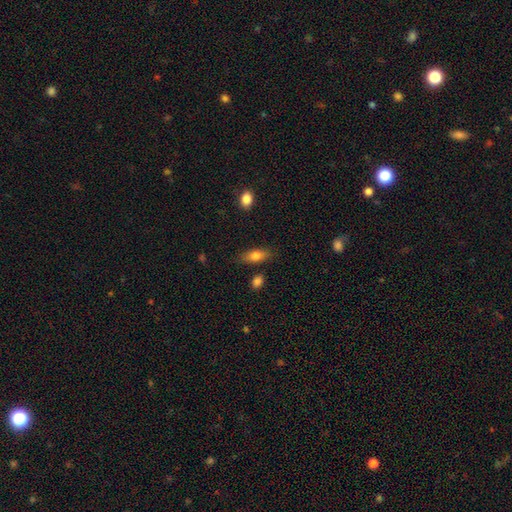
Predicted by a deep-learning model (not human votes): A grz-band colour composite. It shows a smooth galaxy with no disk features (79%) that is in between round and cigar-shaped (78%). Merging: none (79%).